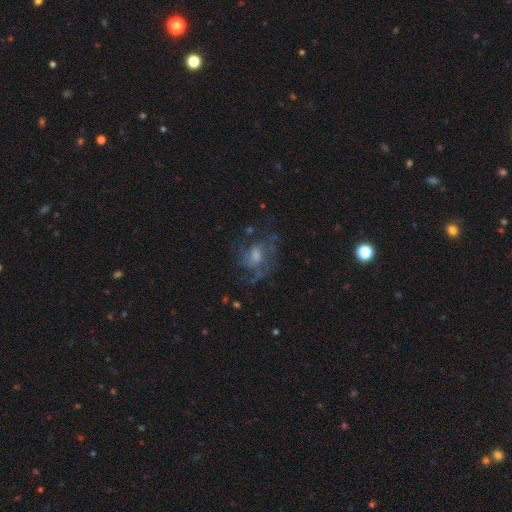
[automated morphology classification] featured or disk 63%, smooth 21%, star or artifact 16%. Down the decision tree: edge-on disk — no (96%); bar — no (59%); spiral arms — yes (74%); bulge size — moderate (46%); merging — none (58%).